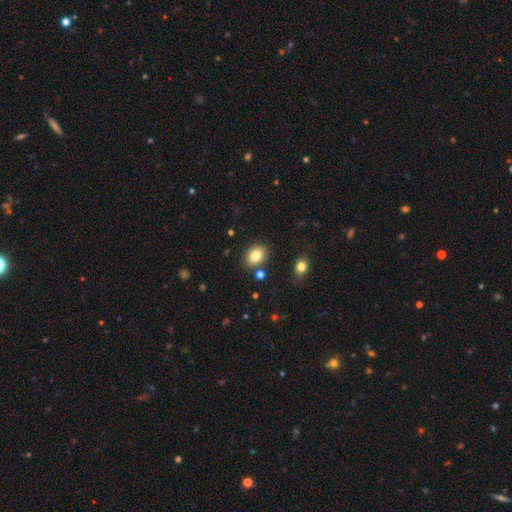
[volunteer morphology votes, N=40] Smooth or featured? smooth (85%)
How rounded? in between (74%)
Merging? none (92%)